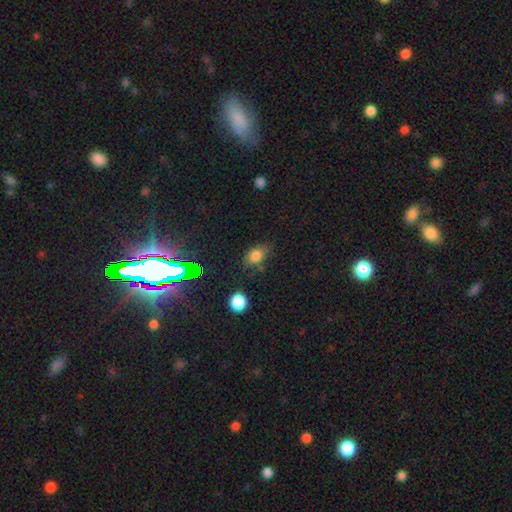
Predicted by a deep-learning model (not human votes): A smooth galaxy with no disk features (77%) that is in between round and cigar-shaped (78%). Merging: none (70%).